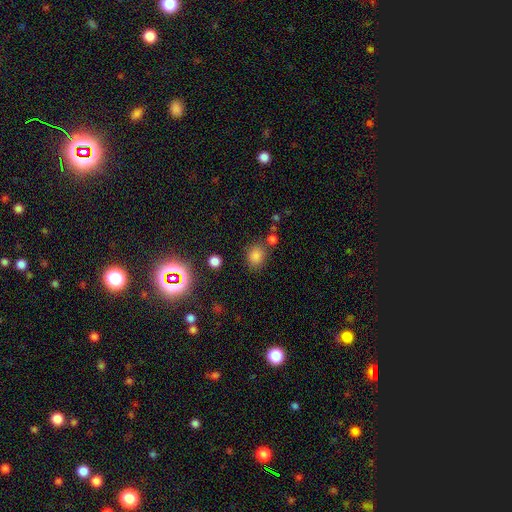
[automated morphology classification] smooth 81%, star or artifact 14%, featured or disk 5%. Down the decision tree: how rounded — round (62%); merging — none (73%).